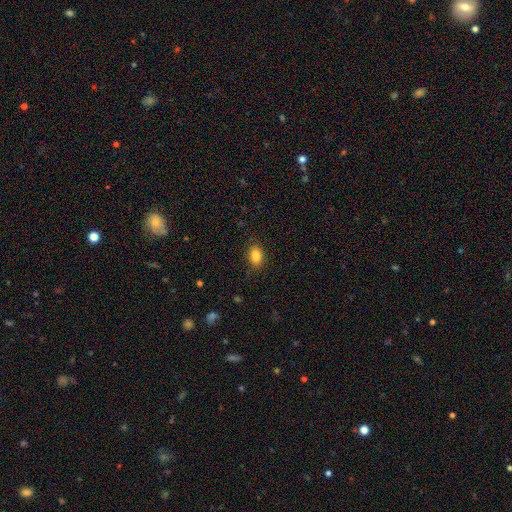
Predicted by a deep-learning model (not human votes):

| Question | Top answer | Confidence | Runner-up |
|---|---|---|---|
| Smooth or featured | smooth | 85% | star or artifact (9%) |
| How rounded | in between | 82% | round (16%) |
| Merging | none | 85% | minor disturbance (11%) |